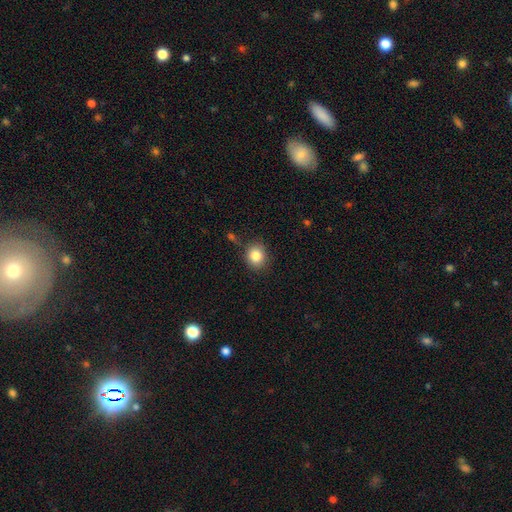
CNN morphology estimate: smooth-or-featured: smooth: 84% | star or artifact: 10% | featured or disk: 6%
  how-rounded: round: 77% | in between: 22% | cigar-shaped: 1%
  merging: none: 81% | minor disturbance: 12% | major disturbance: 3% | merger: 3%